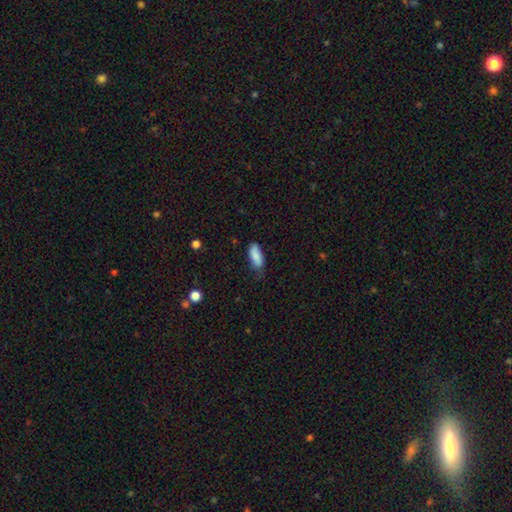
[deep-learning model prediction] Smooth or featured?
  - smooth: 86% *
  - featured or disk: 7%
  - star or artifact: 7%
How rounded?
  - in between: 78% *
  - cigar-shaped: 20%
  - round: 2%
Merging?
  - none: 62% *
  - minor disturbance: 30%
  - major disturbance: 6%
  - merger: 2%